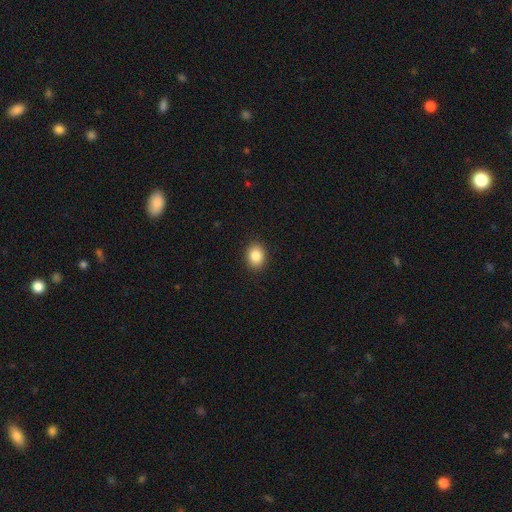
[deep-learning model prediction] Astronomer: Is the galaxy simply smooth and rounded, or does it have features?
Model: smooth — 86%.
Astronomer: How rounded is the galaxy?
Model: in between — 54% (runner-up: round, 45%).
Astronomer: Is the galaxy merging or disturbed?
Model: none — 90%.